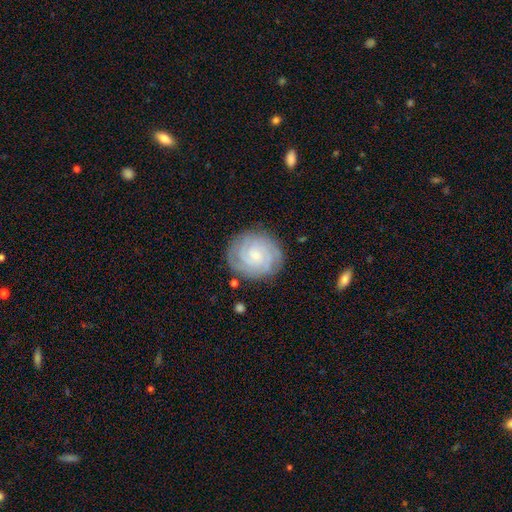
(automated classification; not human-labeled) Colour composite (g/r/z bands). It shows a featured or disk galaxy (77%) with no bar (73%), tight (79%) spiral arms (97%) and a small central bulge (73%). Merging: none (83%).